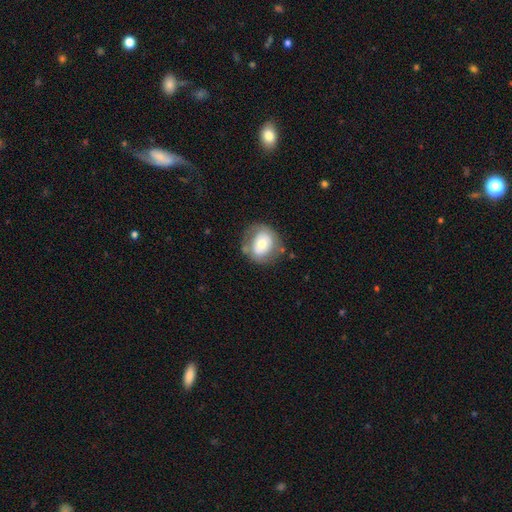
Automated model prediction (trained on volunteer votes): Overall: smooth (45%, tied with featured or disk). Merging: none (63%).